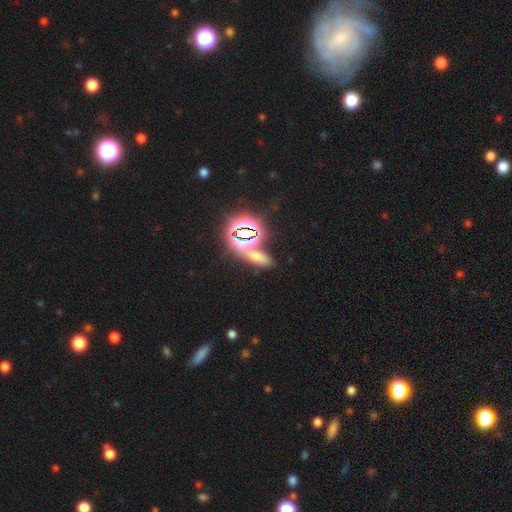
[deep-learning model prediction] Overall: star or artifact (48%; smooth 41%).